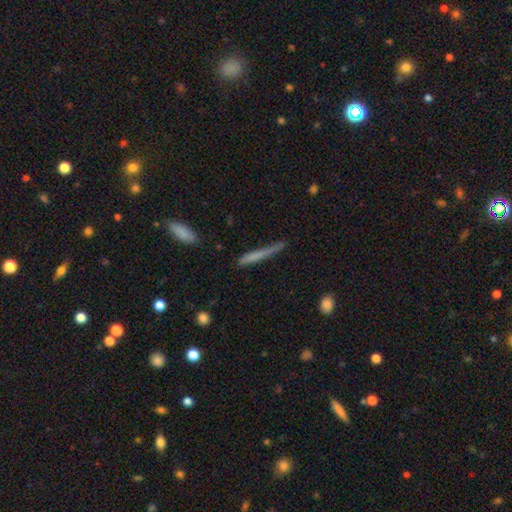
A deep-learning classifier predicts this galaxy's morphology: A smooth galaxy with no disk features (65%) that is cigar-shaped (95%).

Vote fractions:
- Smooth or featured? smooth: 65% / featured or disk: 27% / star or artifact: 8%
- How rounded? cigar-shaped: 95% / in between: 4% / round: 2%
- Merging? none: 64% / minor disturbance: 24% / major disturbance: 8% / merger: 4%